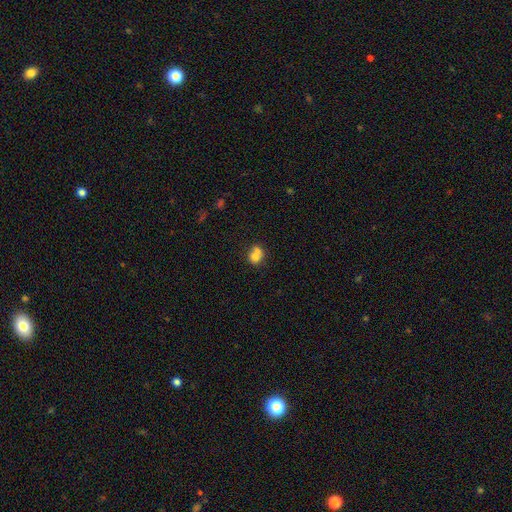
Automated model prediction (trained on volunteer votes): smooth_or_featured: smooth (p=0.71) [alt: featured or disk p=0.18]
how_rounded: round (p=0.71) [alt: in between p=0.28]
merging: merger (p=0.55) [alt: none p=0.31]